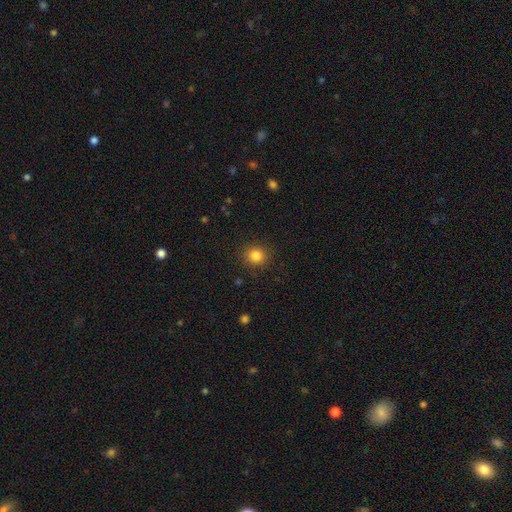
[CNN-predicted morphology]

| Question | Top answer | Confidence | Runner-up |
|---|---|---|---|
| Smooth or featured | smooth | 84% | star or artifact (11%) |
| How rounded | round | 89% | in between (10%) |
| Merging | none | 89% | minor disturbance (7%) |